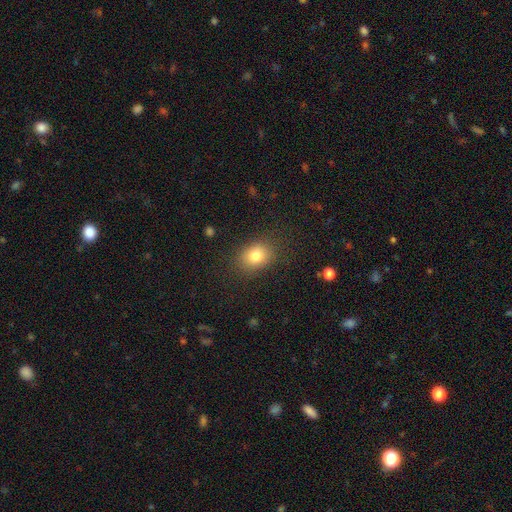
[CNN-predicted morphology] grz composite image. It shows a smooth galaxy with no disk features (80%) that is in between round and cigar-shaped (61%). Merging: none (83%).